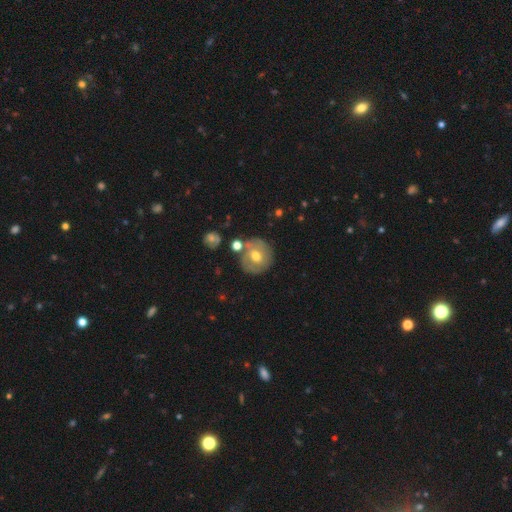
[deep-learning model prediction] A smooth galaxy with no disk features (48%). Merging: none (71%).